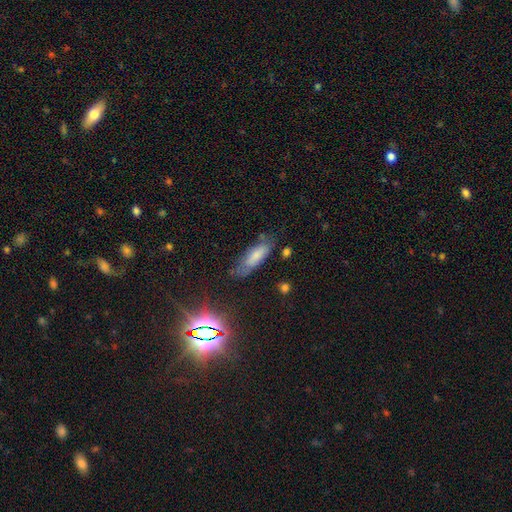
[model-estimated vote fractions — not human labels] The model was most divided on "how rounded": in between: 59%, cigar-shaped: 39%, round: 2%. More confident: smooth or featured — smooth (70%); merging — none (60%).